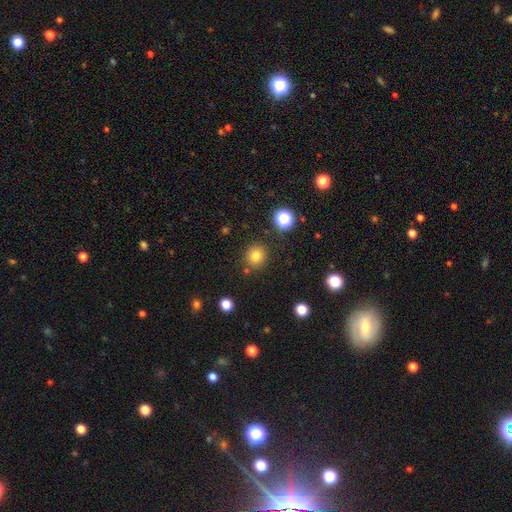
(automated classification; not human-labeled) This appears to be a smooth galaxy with no disk features (79%) that is round (89%). Merging: none (85%).